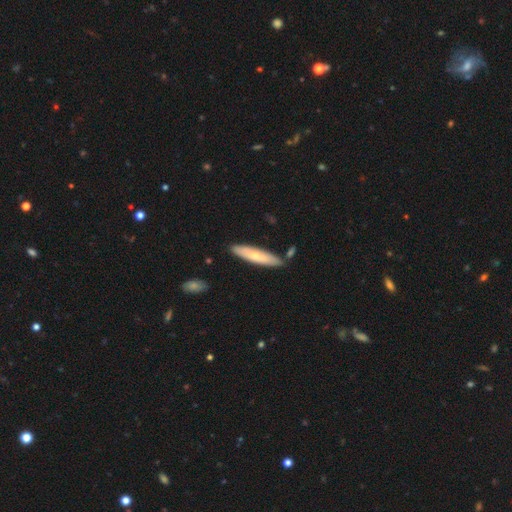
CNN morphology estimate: Smooth or featured: smooth — 66% (featured or disk — 29%)
How rounded: cigar-shaped — 80% (in between — 18%)
Merging: none — 83% (minor disturbance — 11%)